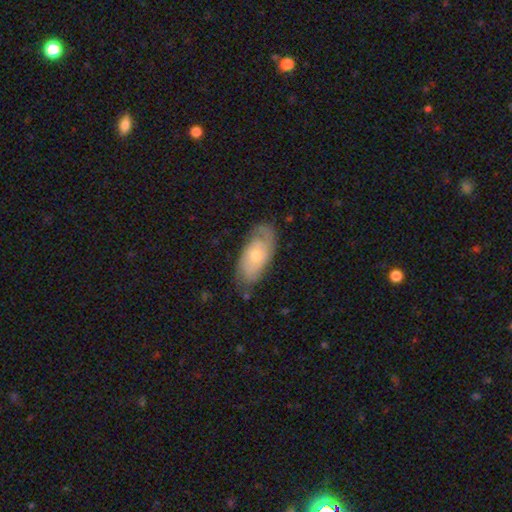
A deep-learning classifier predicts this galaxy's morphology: Overall: featured or disk (60%; smooth 34%). Edge-on disk: no (90%). Bar: no (78%). Spiral arms: yes (81%). Bulge size: moderate (51%; small 43%). Merging: none (69%).